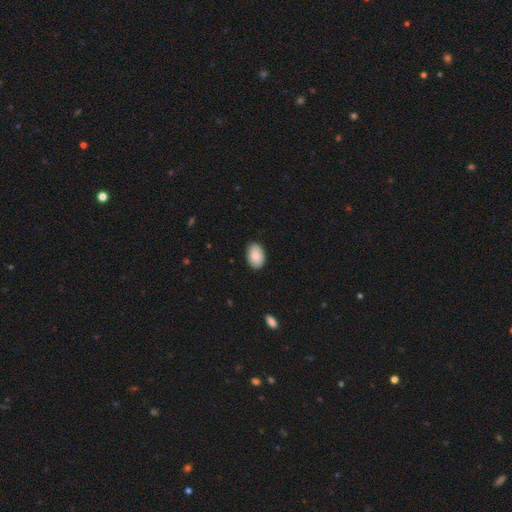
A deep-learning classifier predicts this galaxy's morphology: Smooth or featured: smooth — 88% (star or artifact — 6%)
How rounded: in between — 89% (round — 10%)
Merging: none — 88% (minor disturbance — 9%)